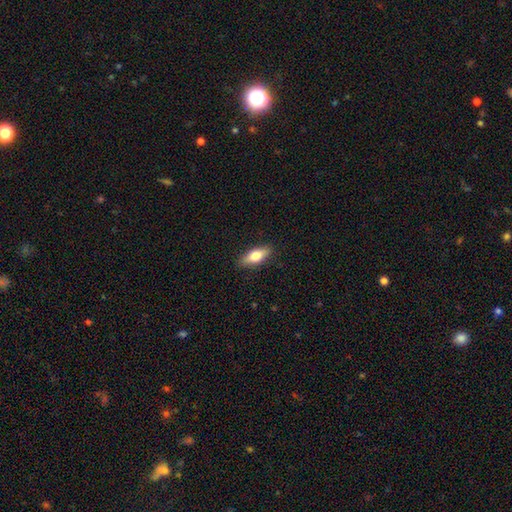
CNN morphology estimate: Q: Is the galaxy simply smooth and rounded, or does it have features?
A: smooth — 69%.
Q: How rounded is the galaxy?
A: in between — 69%.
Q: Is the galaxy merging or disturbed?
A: none — 88%.